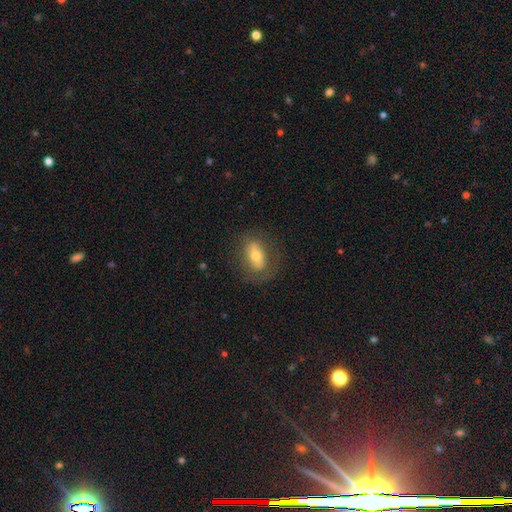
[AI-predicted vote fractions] Overall: smooth (52%; featured or disk 39%). How rounded: in between (79%). Merging: none (74%).